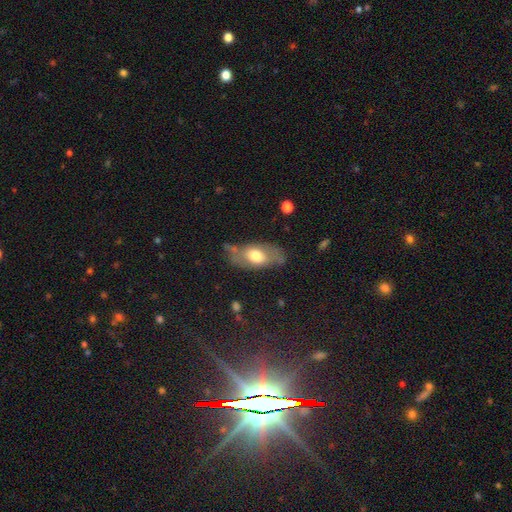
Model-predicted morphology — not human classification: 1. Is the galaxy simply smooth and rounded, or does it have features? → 59% smooth, 34% featured or disk, 7% star or artifact.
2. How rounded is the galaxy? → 88% in between, 6% cigar-shaped, 6% round.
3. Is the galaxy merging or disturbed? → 62% none, 25% minor disturbance, 9% major disturbance, 4% merger.